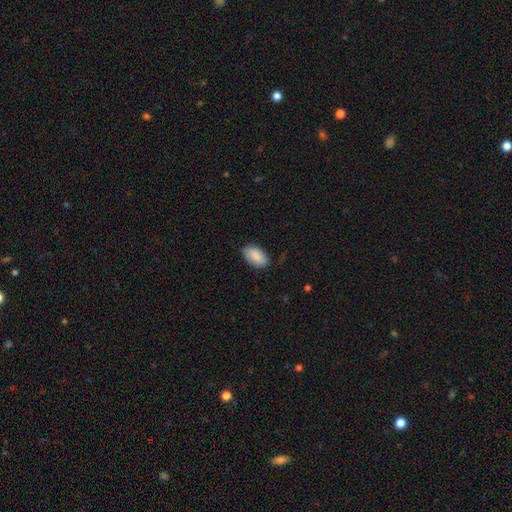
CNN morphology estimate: This appears to be a smooth galaxy with no disk features (88%) that is in between round and cigar-shaped (95%). Merging: none (78%).